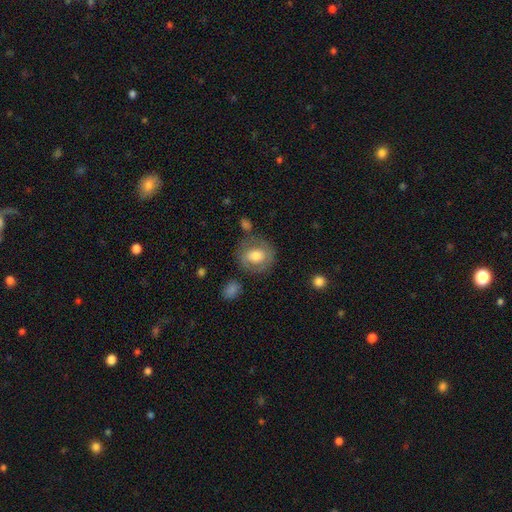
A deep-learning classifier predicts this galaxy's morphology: Q: Smooth or featured?
A: smooth (62%); runner-up: featured or disk (31%)
Q: How rounded?
A: round (76%); runner-up: in between (23%)
Q: Merging?
A: none (69%); runner-up: minor disturbance (18%)